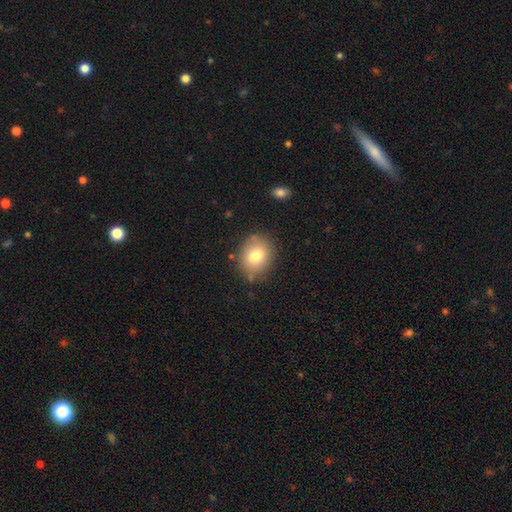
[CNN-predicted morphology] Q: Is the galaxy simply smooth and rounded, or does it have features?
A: smooth — 77%.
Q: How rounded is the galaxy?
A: round — 56%.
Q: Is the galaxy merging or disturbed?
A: none — 78%.